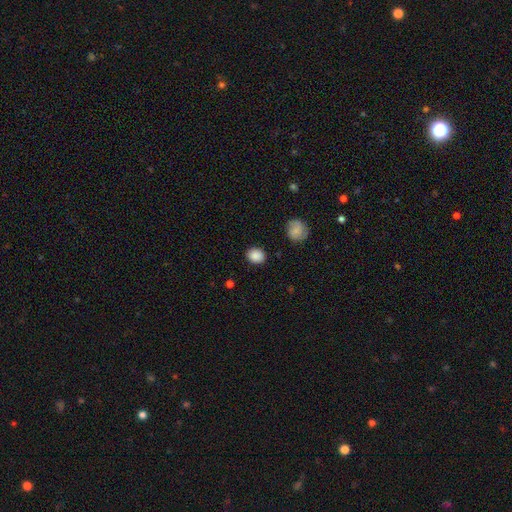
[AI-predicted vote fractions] The model was most divided on "how rounded": round: 64%, in between: 35%, cigar-shaped: 1%. More confident: merging — none (88%); smooth or featured — smooth (87%).